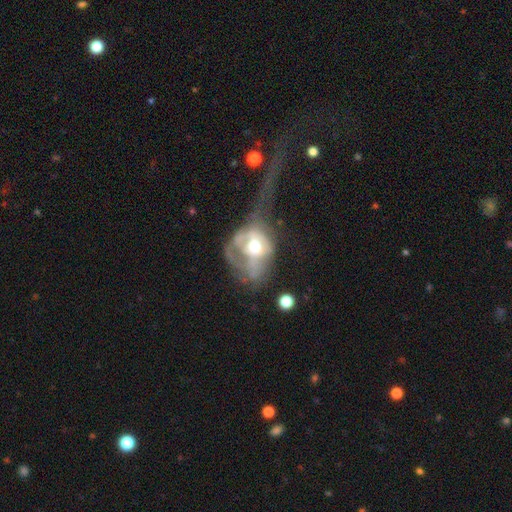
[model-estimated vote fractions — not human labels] smooth-or-featured: featured or disk: 63% | smooth: 27% | star or artifact: 10%
  disk-edge-on: no: 94% | yes: 6%
    bar: no: 74% | weak: 18% | strong: 8%
    has-spiral-arms: no: 66% | yes: 34%
    bulge-size: moderate: 71% | small: 18% | large: 8% | dominant: 2% | none: 1%
  merging: major disturbance: 64% | merger: 13% | none: 12% | minor disturbance: 11%